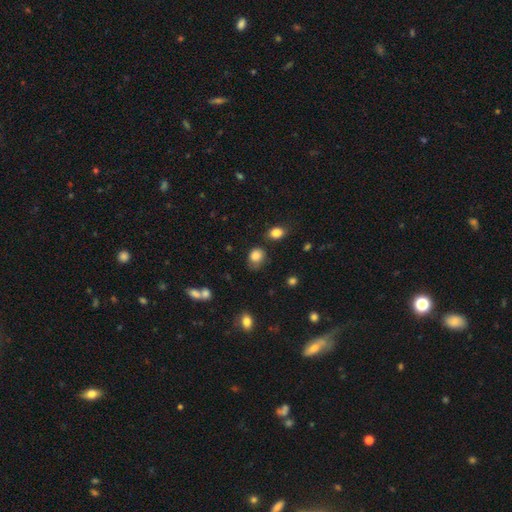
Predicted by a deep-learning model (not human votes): This is clearly a smooth galaxy (83%). How rounded: possibly round (56%). Merging: possibly none (59%).